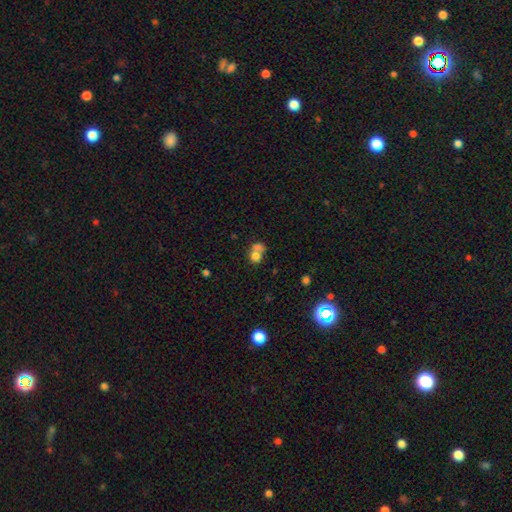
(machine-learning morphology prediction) Q: Smooth or featured?
A: smooth (72%); runner-up: featured or disk (16%)
Q: How rounded?
A: round (66%); runner-up: in between (33%)
Q: Merging?
A: merger (59%); runner-up: none (26%)